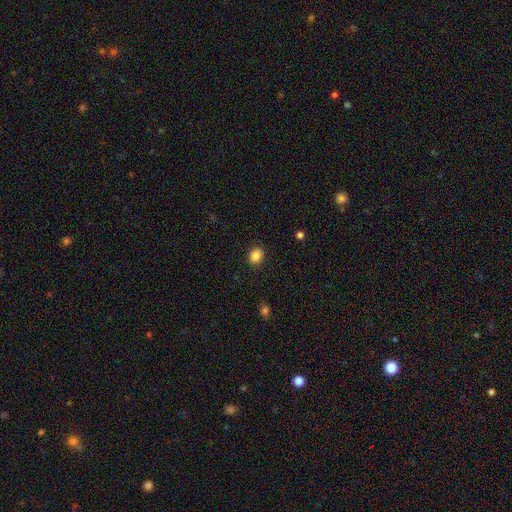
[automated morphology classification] Smooth or featured? smooth (86%)
How rounded? in between (50%)
Merging? none (89%)